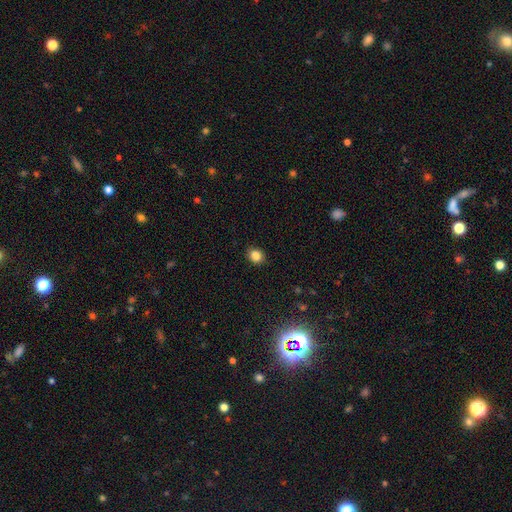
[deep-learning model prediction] Smooth or featured? smooth (84%)
How rounded? round (65%)
Merging? none (89%)